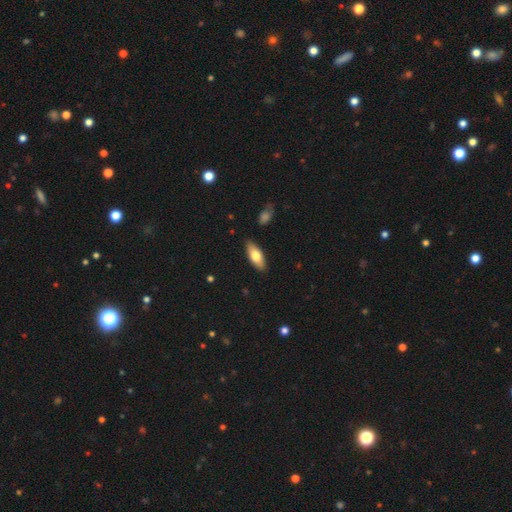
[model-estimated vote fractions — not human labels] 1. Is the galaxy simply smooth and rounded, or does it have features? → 70% smooth, 24% featured or disk, 6% star or artifact.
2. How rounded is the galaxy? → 75% in between, 23% cigar-shaped, 2% round.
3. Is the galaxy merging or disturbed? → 87% none, 9% minor disturbance, 2% major disturbance, 2% merger.